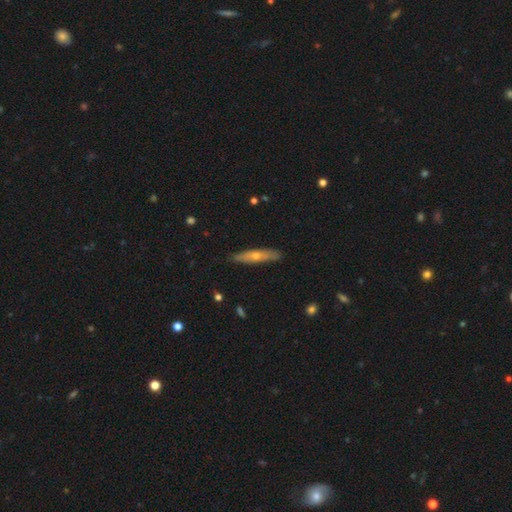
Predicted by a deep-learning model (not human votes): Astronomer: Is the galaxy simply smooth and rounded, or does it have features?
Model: featured or disk — 52% (runner-up: smooth, 42%).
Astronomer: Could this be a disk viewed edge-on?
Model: yes — 80%.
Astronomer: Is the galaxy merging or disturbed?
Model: none — 86%.